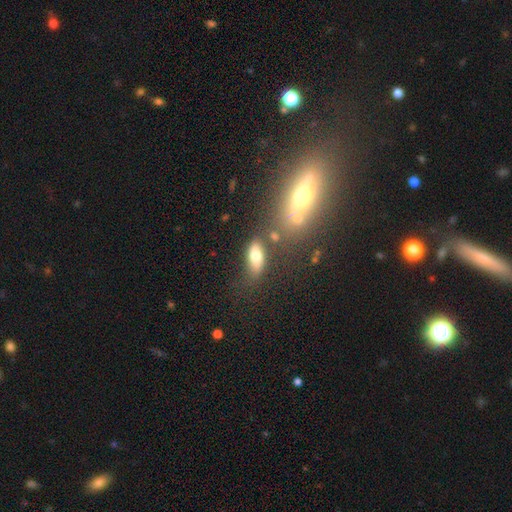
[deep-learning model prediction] A smooth galaxy with no disk features (71%) that is in between round and cigar-shaped (80%).

Vote fractions:
- Smooth or featured? smooth: 71% / featured or disk: 19% / star or artifact: 10%
- How rounded? in between: 80% / cigar-shaped: 14% / round: 6%
- Merging? none: 66% / minor disturbance: 15% / merger: 12% / major disturbance: 7%